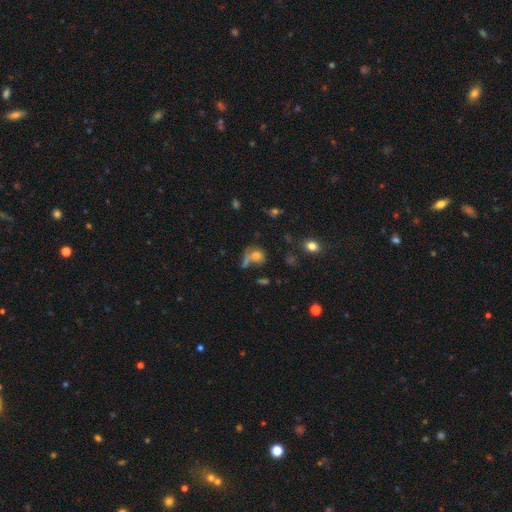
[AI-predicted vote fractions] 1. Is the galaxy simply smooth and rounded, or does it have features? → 68% smooth, 16% star or artifact, 16% featured or disk.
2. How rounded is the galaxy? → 63% round, 34% in between, 3% cigar-shaped.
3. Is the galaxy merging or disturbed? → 47% none, 25% merger, 15% minor disturbance, 13% major disturbance.